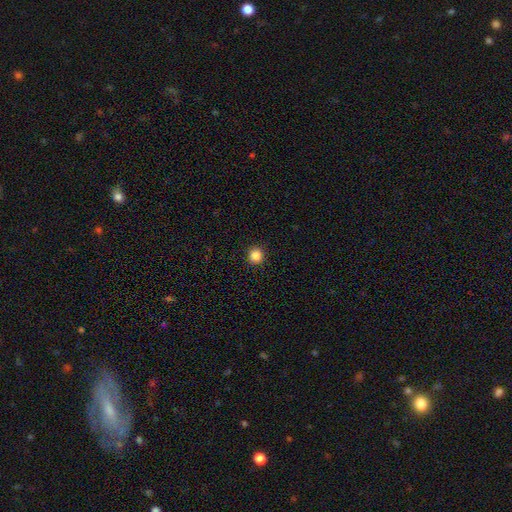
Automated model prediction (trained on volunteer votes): smooth-or-featured: smooth: 85% | star or artifact: 11% | featured or disk: 4%
  how-rounded: round: 93% | in between: 6% | cigar-shaped: 1%
  merging: none: 93% | minor disturbance: 5% | major disturbance: 2% | merger: 1%